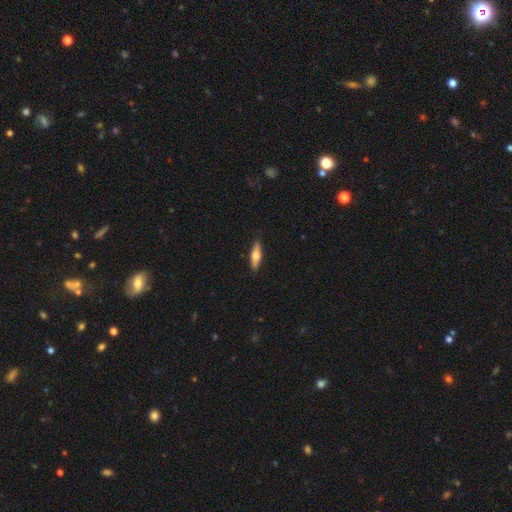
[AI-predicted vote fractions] Smooth or featured?
  - smooth: 60% *
  - featured or disk: 34%
  - star or artifact: 6%
How rounded?
  - cigar-shaped: 64% *
  - in between: 34%
  - round: 2%
Merging?
  - none: 88% *
  - minor disturbance: 9%
  - major disturbance: 2%
  - merger: 1%